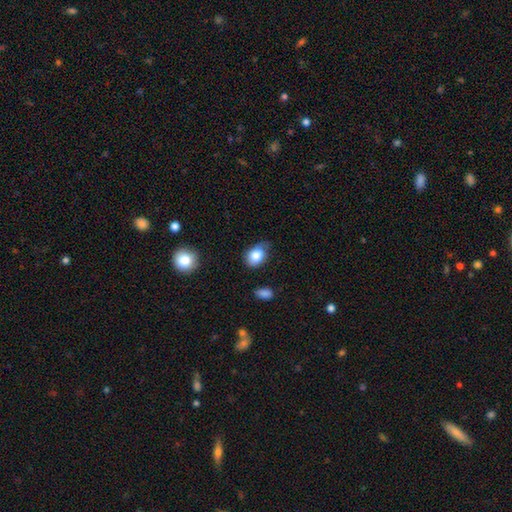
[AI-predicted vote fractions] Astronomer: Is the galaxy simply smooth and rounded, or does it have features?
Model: smooth — 82%.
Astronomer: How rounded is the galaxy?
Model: in between — 70%.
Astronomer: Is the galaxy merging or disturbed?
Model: none — 45% (runner-up: minor disturbance, 41%).